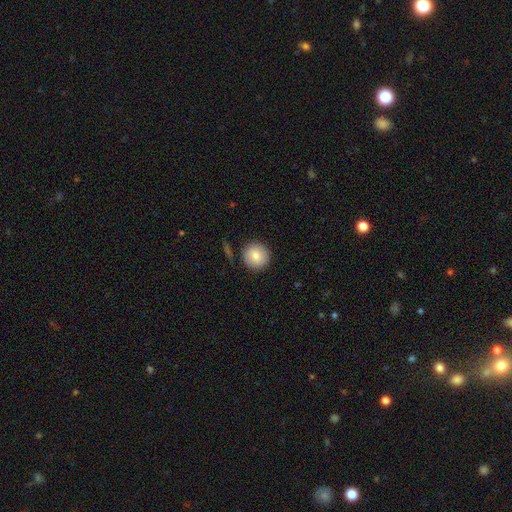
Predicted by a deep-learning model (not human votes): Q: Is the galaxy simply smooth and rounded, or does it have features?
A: smooth — 84%.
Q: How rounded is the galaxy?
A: round — 94%.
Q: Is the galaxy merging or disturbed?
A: none — 87%.